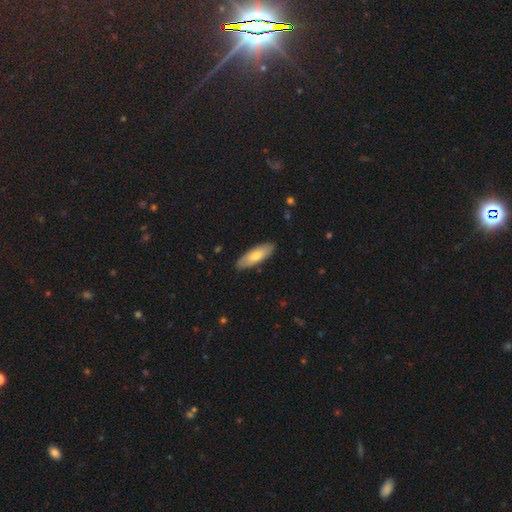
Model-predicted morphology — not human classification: Smooth or featured? smooth (69%)
How rounded? in between (63%)
Merging? none (88%)